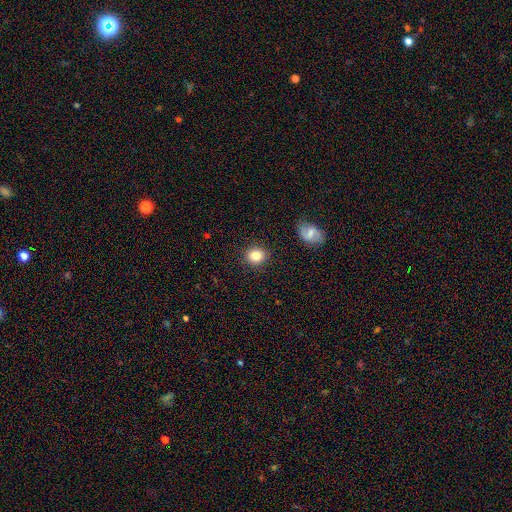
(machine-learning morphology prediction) The model was most divided on "how rounded": round: 76%, in between: 23%, cigar-shaped: 1%. More confident: merging — none (87%); smooth or featured — smooth (83%).